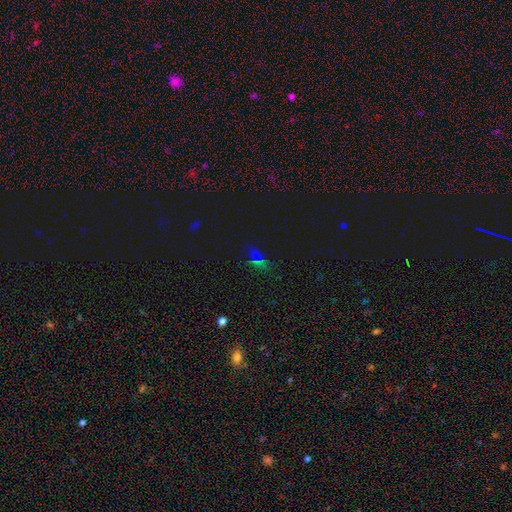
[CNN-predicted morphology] type=star or artifact (53%).